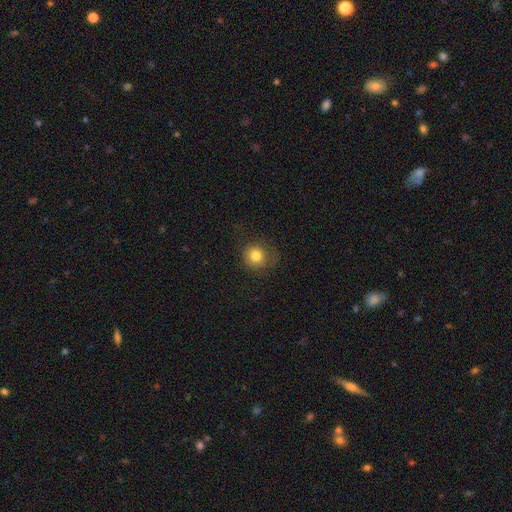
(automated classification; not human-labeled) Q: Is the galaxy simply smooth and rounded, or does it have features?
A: smooth — 78%.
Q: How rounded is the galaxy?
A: round — 90%.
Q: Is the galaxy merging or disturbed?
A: none — 72%.